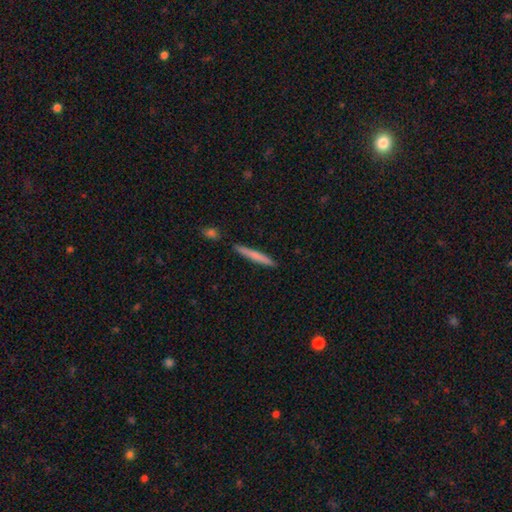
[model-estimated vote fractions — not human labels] A smooth galaxy with no disk features (72%) that is cigar-shaped (96%). Merging: none (90%).